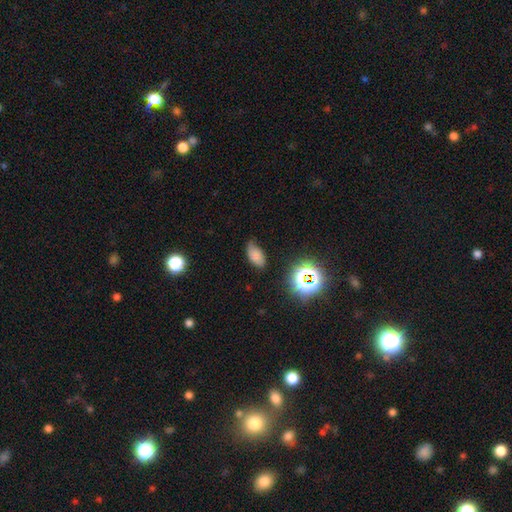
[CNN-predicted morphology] Smooth or featured?
  - smooth: 70% *
  - star or artifact: 19%
  - featured or disk: 12%
How rounded?
  - in between: 91% *
  - round: 7%
  - cigar-shaped: 3%
Merging?
  - none: 62% *
  - minor disturbance: 28%
  - major disturbance: 8%
  - merger: 2%